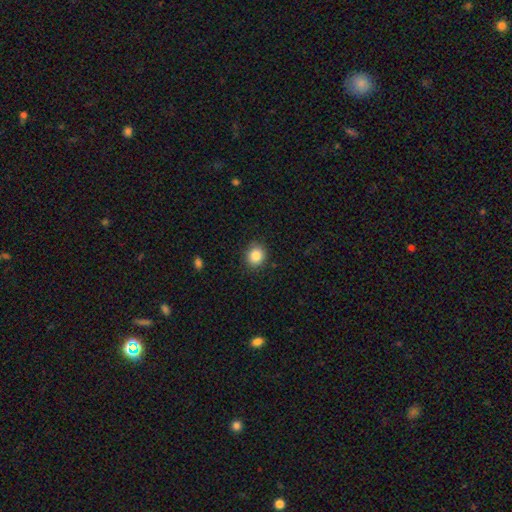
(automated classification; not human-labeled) Morphology: type=smooth (86%); roundness=round (78%); merging=none (88%).